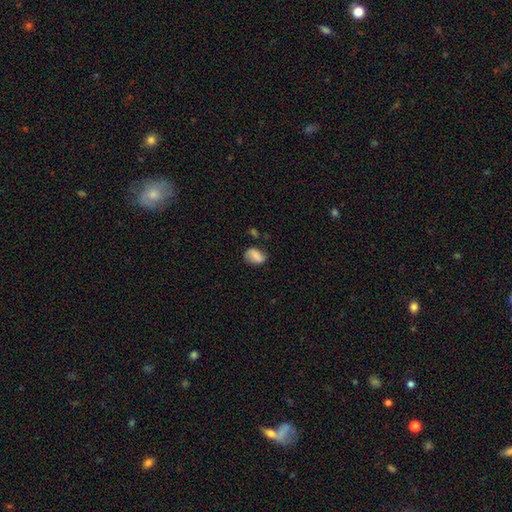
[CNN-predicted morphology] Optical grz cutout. It shows a smooth galaxy with no disk features (68%) that is in between round and cigar-shaped (77%). Merging: none (63%).